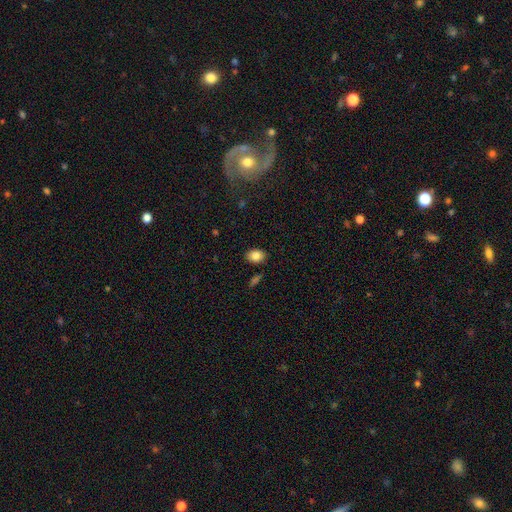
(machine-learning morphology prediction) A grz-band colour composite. It shows a smooth galaxy with no disk features (85%) that is in between round and cigar-shaped (75%). Merging: none (85%).